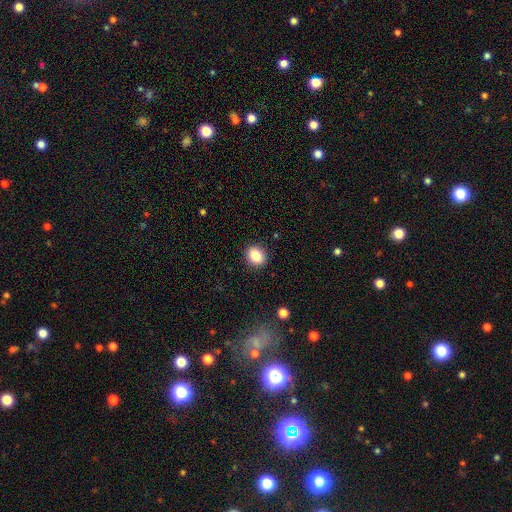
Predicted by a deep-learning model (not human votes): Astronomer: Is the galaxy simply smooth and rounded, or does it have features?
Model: smooth — 84%.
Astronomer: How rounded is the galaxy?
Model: round — 64%.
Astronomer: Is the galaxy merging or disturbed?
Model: none — 90%.